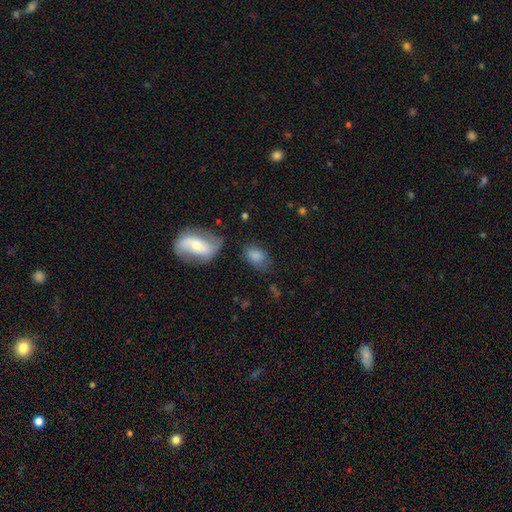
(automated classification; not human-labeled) smooth 80%, featured or disk 11%, star or artifact 9%. Down the decision tree: how rounded — in between (85%); merging — none (58%).